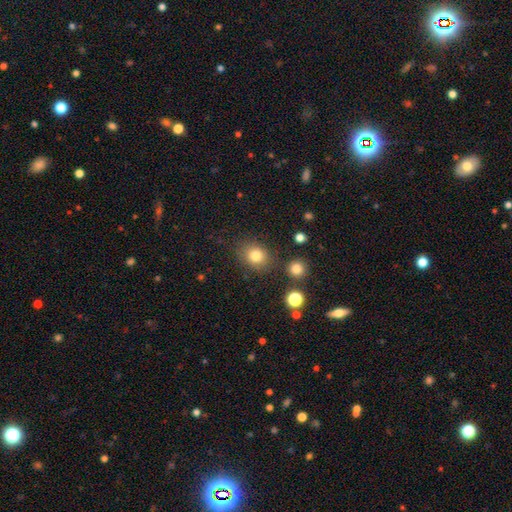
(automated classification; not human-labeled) smooth_or_featured: smooth (p=0.81) [alt: star or artifact p=0.12]
how_rounded: round (p=0.67) [alt: in between p=0.32]
merging: none (p=0.81) [alt: minor disturbance p=0.11]